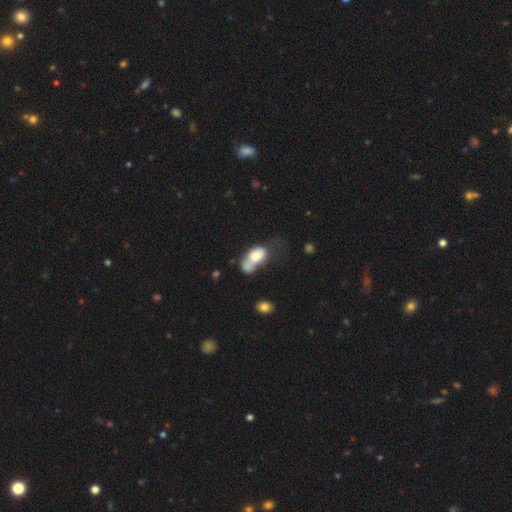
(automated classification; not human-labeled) smooth 66%, featured or disk 25%, star or artifact 8%. Down the decision tree: how rounded — in between (82%); merging — merger (50%).